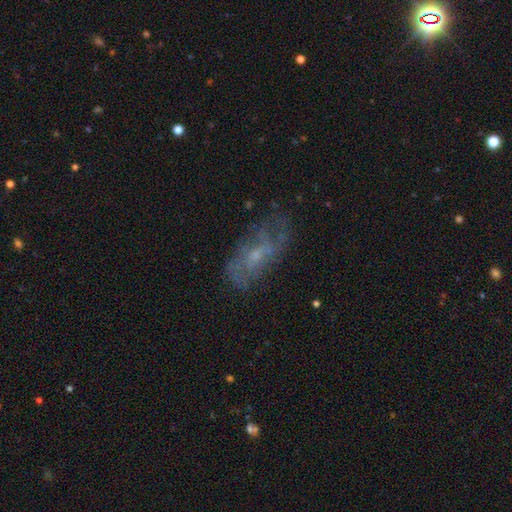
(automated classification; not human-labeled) A featured or disk galaxy (61%) with no bar (62%), spiral arms (62%) and a small central bulge (58%). Merging: none (58%).